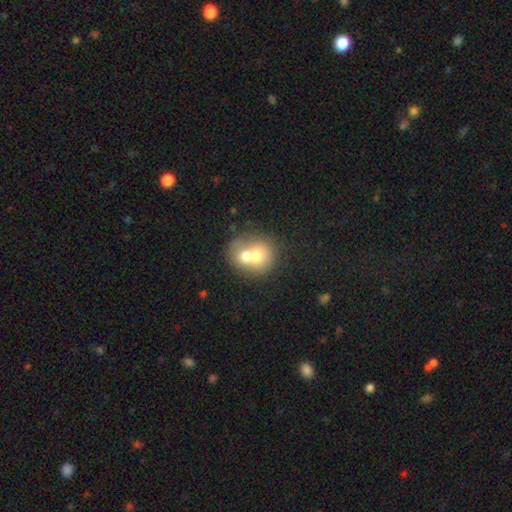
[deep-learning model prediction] A smooth galaxy with no disk features (65%) that is round (72%). Merging: merger (68%).